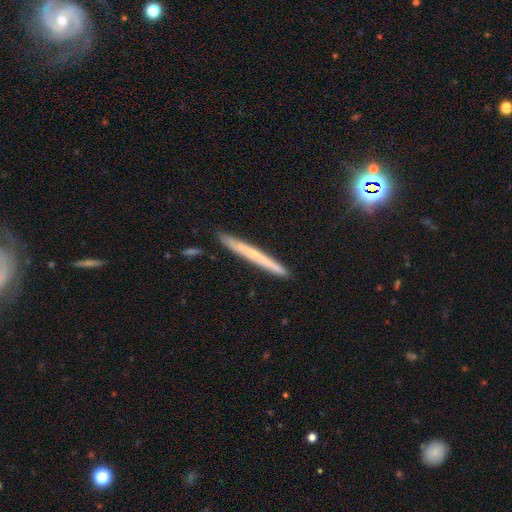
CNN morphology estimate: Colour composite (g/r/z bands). It shows a smooth galaxy with no disk features (51%) that is cigar-shaped (97%). Merging: none (90%).